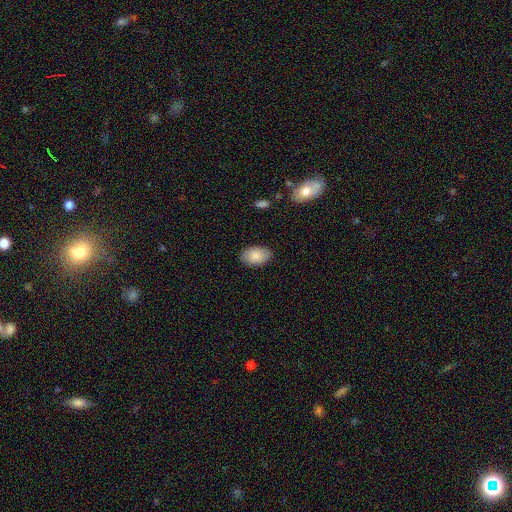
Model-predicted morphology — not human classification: Smooth or featured? Predicted: smooth (p=0.86). How rounded? Predicted: in between (p=0.91). Merging? Predicted: none (p=0.86).